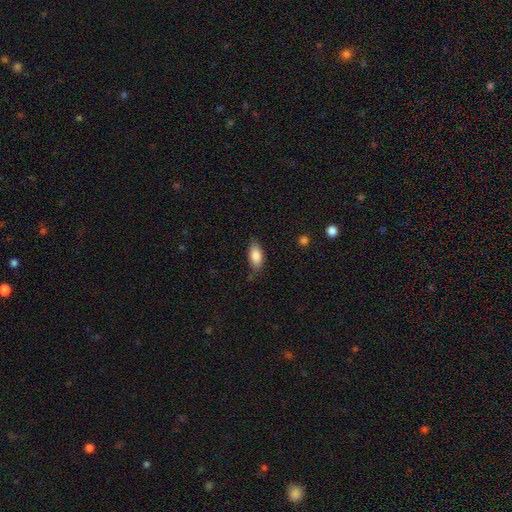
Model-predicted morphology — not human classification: This appears to be a smooth galaxy with no disk features (84%) that is in between round and cigar-shaped (85%). Merging: none (78%).